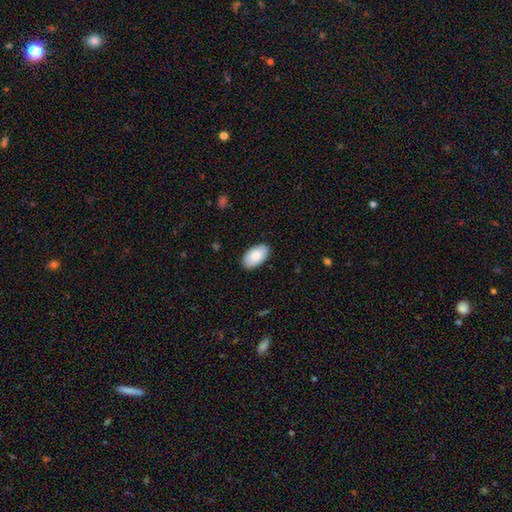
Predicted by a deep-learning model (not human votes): A smooth galaxy with no disk features (85%) that is in between round and cigar-shaped (96%). Merging: none (88%).